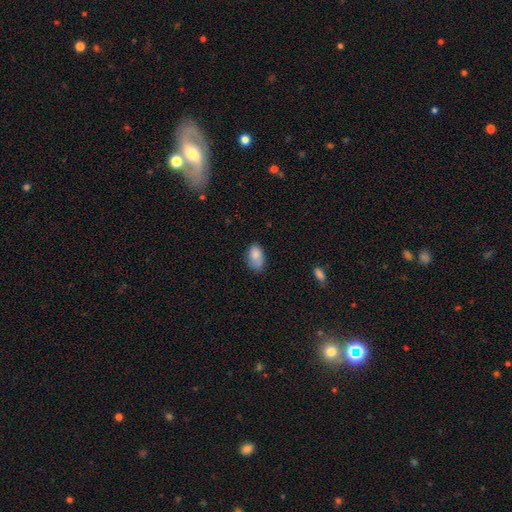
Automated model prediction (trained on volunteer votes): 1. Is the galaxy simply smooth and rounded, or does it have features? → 84% smooth, 9% featured or disk, 8% star or artifact.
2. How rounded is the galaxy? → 92% in between, 6% round, 2% cigar-shaped.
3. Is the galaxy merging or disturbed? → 60% none, 29% minor disturbance, 7% major disturbance, 3% merger.